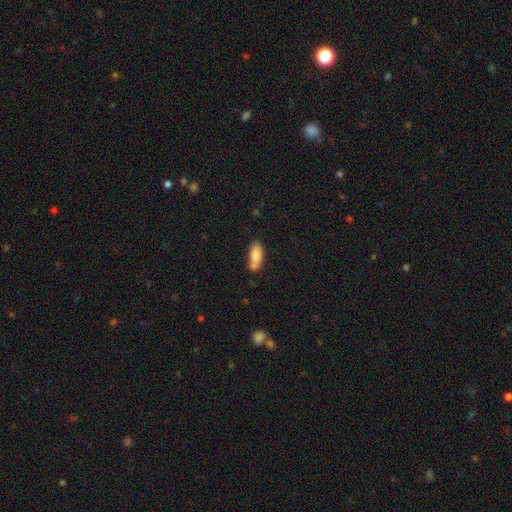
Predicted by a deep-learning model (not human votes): Smooth or featured: smooth — 85% (featured or disk — 8%)
How rounded: in between — 79% (cigar-shaped — 19%)
Merging: none — 65% (minor disturbance — 24%)